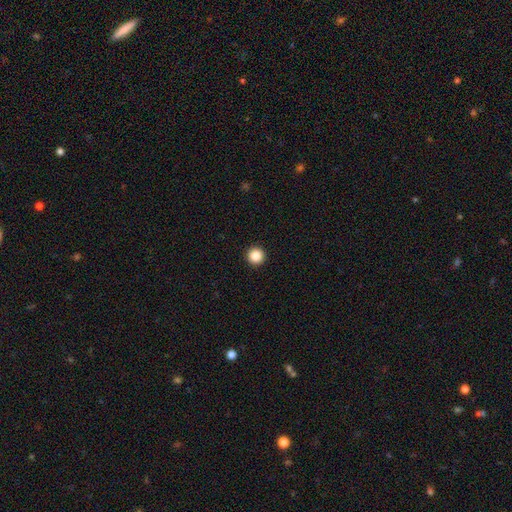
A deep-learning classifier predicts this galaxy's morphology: The model was most divided on "smooth or featured": smooth: 87%, star or artifact: 10%, featured or disk: 3%. More confident: how rounded — round (97%); merging — none (94%).